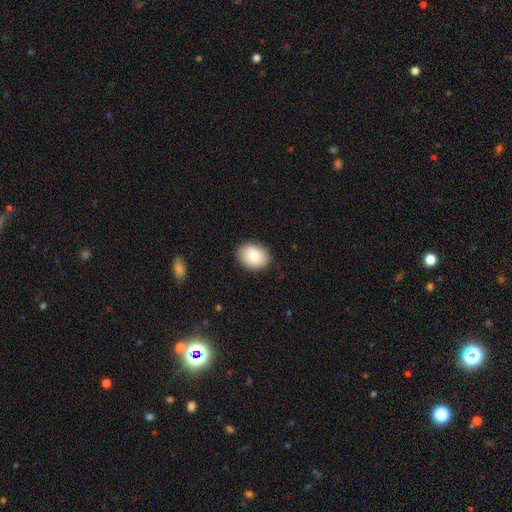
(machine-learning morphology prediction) A smooth galaxy with no disk features (88%) that is in between round and cigar-shaped (69%). Merging: none (88%).